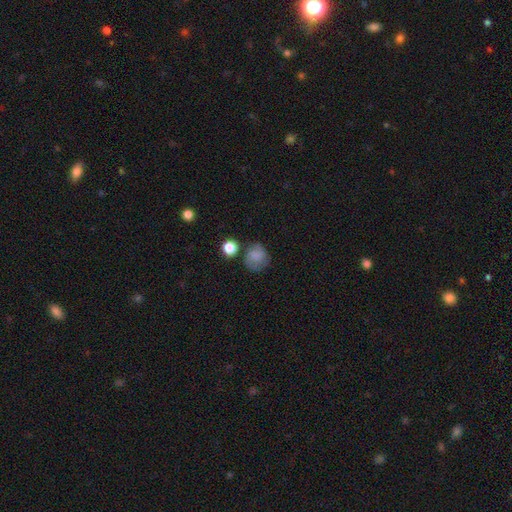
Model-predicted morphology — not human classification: Overall: smooth (66%). How rounded: round (78%). Merging: none (59%; minor disturbance 22%).